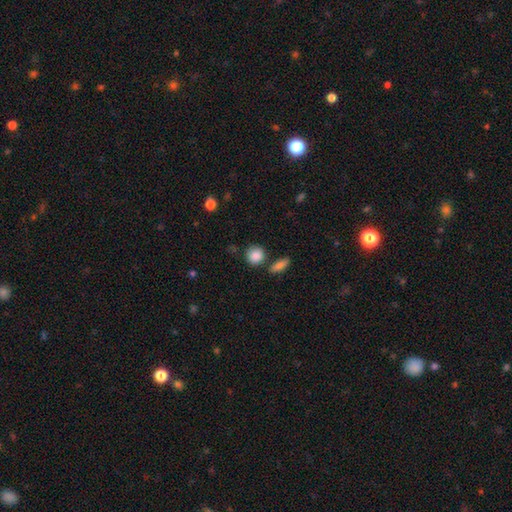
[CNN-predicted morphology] type=smooth (87%); roundness=round (83%); merging=none (75%).